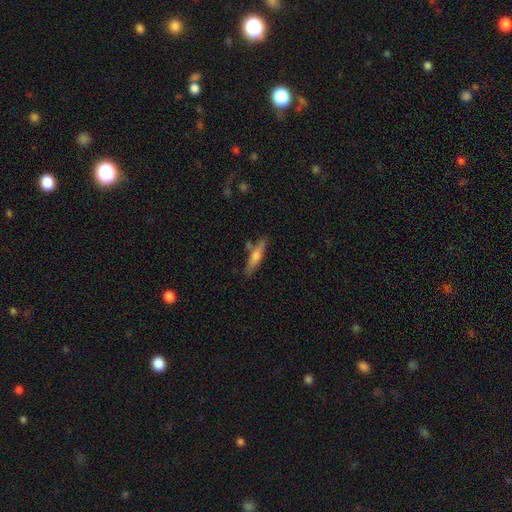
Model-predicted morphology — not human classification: smooth_or_featured: smooth (p=0.50) [alt: featured or disk p=0.43]
merging: none (p=0.76) [alt: minor disturbance p=0.13]